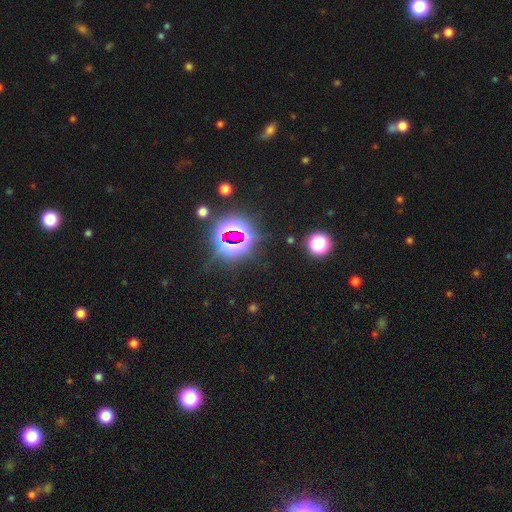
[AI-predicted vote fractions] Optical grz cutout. It shows a star or artifact, not a galaxy (79%).